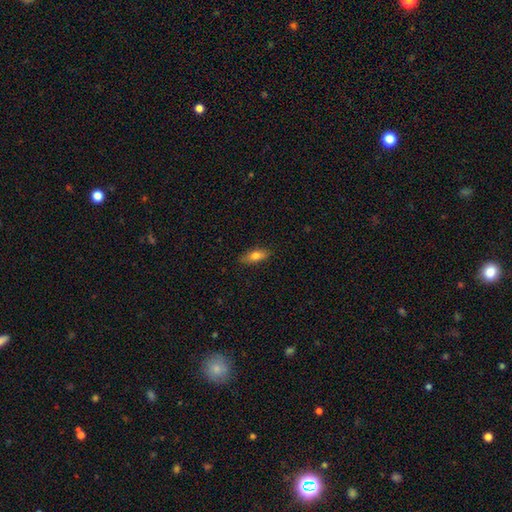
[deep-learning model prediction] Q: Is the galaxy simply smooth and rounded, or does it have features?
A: smooth — 74%.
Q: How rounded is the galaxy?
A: in between — 73%.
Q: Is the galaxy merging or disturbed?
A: none — 86%.